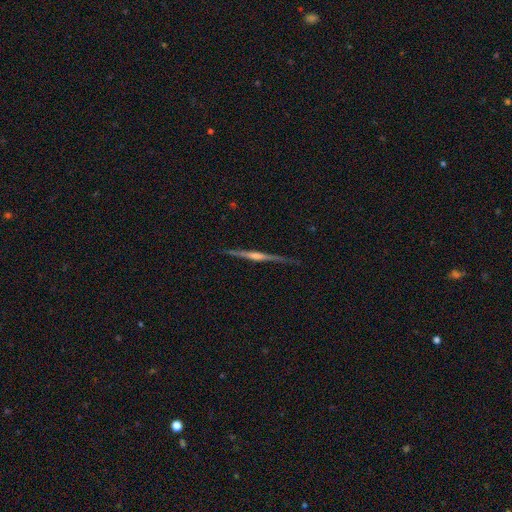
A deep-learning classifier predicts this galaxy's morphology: Smooth or featured: featured or disk — 84% (smooth — 11%)
Edge-on disk: yes — 98% (no — 2%)
Edge-on bulge: rounded — 70% (boxy — 15%)
Merging: none — 87% (minor disturbance — 10%)